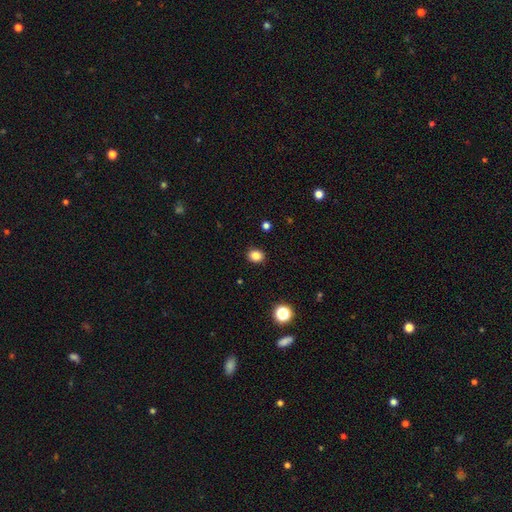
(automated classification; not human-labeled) Smooth or featured: smooth — 84% (star or artifact — 12%)
How rounded: round — 64% (in between — 36%)
Merging: none — 90% (minor disturbance — 7%)